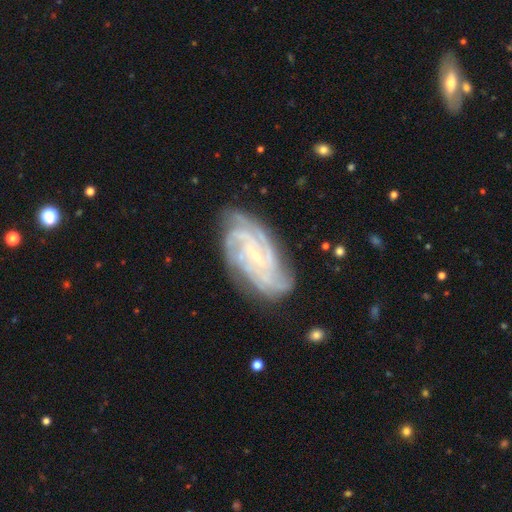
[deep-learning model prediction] Smooth or featured? Predicted: featured or disk (p=0.88). Edge-on disk? Predicted: no (p=0.96). Bar? Predicted: no (p=0.48). Spiral arms? Predicted: yes (p=0.98). Spiral winding? Predicted: tight (p=0.70). Spiral arm count? Predicted: 4 (p=0.36). Bulge size? Predicted: small (p=0.79). Merging? Predicted: none (p=0.79).